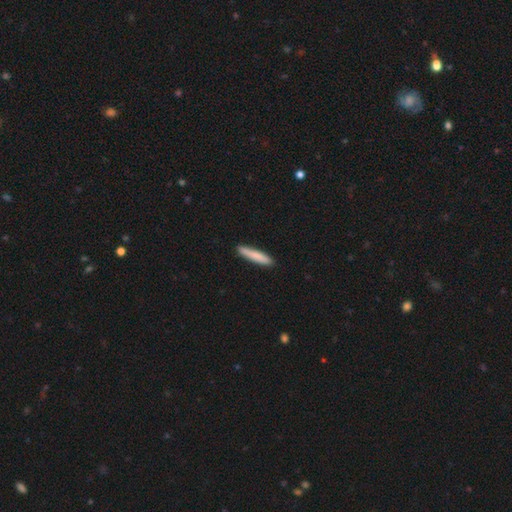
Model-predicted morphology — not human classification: Smooth or featured? Predicted: smooth (p=0.81). How rounded? Predicted: cigar-shaped (p=0.92). Merging? Predicted: none (p=0.89).